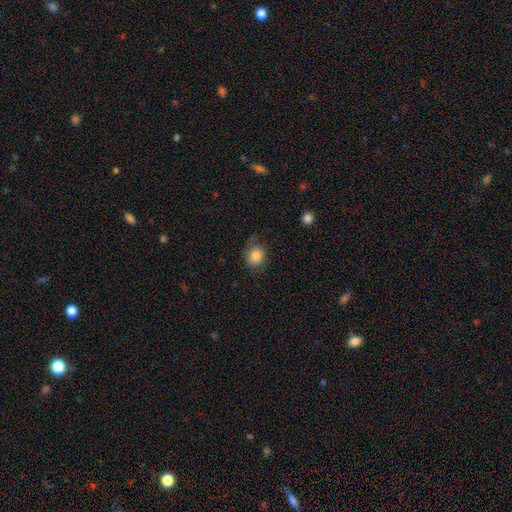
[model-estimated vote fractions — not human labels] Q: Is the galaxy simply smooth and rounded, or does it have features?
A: smooth — 83%.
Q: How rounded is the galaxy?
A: round — 74%.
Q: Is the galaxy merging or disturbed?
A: none — 71%.